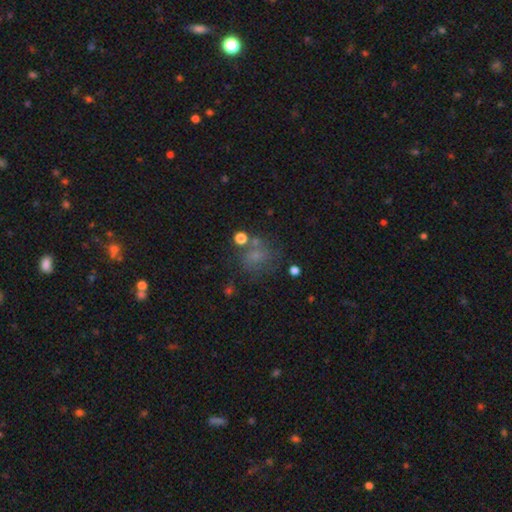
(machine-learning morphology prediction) This appears to be a smooth galaxy with no disk features (58%) that is round (72%). Merging: none (58%).